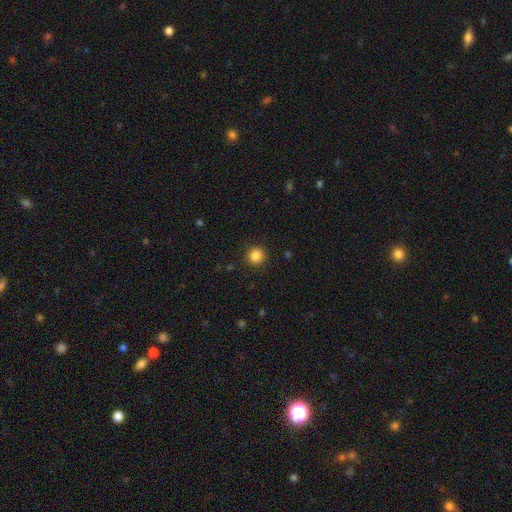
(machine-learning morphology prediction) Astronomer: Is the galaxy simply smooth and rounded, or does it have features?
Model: smooth — 85%.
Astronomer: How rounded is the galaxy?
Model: round — 94%.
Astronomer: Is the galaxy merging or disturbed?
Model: none — 91%.